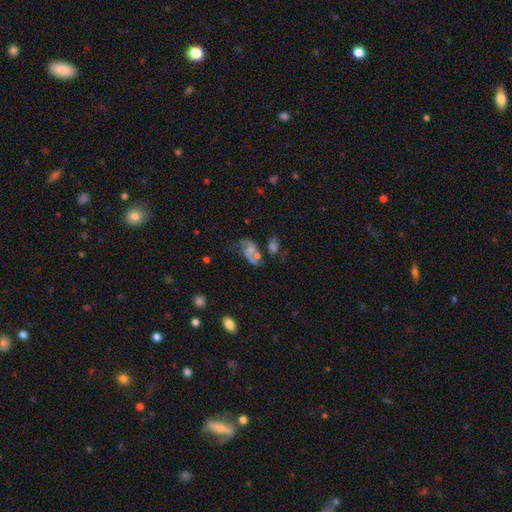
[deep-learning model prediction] Smooth or featured: featured or disk — 59% (smooth — 28%)
Edge-on disk: no — 97% (yes — 3%)
Bar: no — 69% (weak — 26%)
Spiral arms: yes — 75% (no — 25%)
Bulge size: small — 42% (none — 29%)
Merging: none — 30% (merger — 29%)